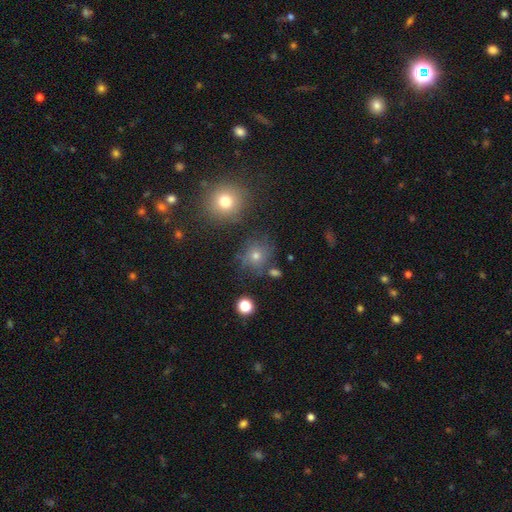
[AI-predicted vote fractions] A smooth galaxy with no disk features (66%) that is round (83%). Merging: none (72%).